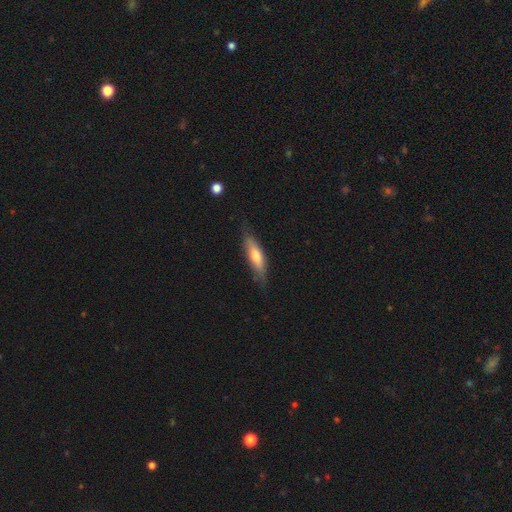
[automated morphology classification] This is possibly a smooth galaxy (59%). How rounded: likely cigar-shaped (66%). Merging: likely none (76%).